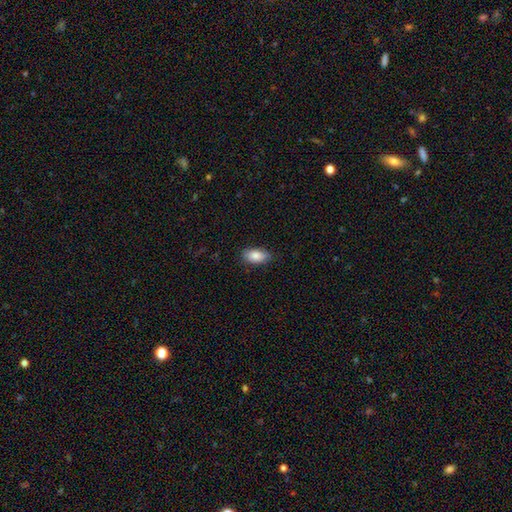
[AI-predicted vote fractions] Smooth or featured? Predicted: smooth (p=0.85). How rounded? Predicted: in between (p=0.92). Merging? Predicted: none (p=0.81).